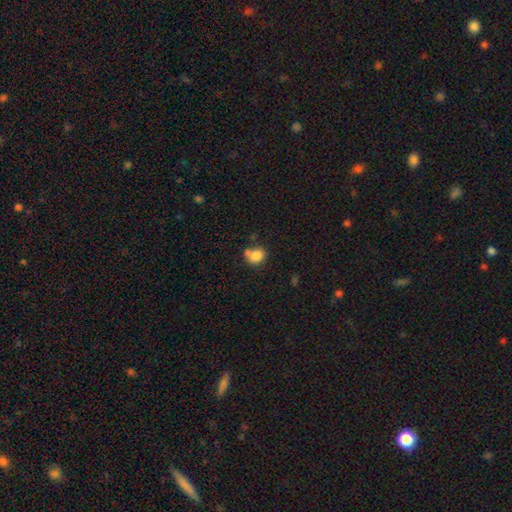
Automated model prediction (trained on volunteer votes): A smooth galaxy with no disk features (82%) that is round (65%). Merging: none (50%).